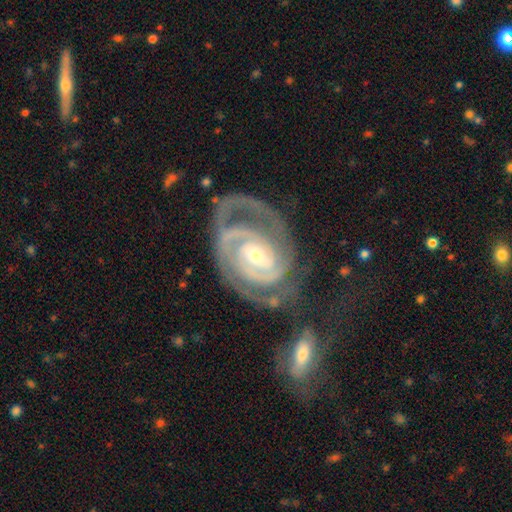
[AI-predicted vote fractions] Morphology: type=featured or disk (91%); edge-on=no (97%); bar=no (46%); spiral arms=yes (98%); winding=tight (69%); arm count=2 (58%); bulge=small (63%); merging=none (48%).